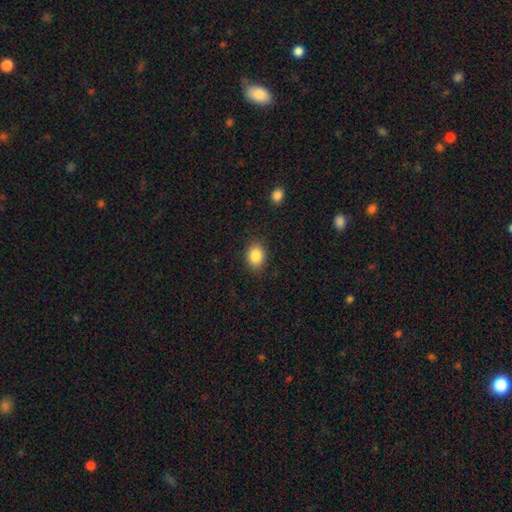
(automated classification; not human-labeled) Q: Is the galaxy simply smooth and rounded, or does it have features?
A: smooth — 86%.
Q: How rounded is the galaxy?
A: in between — 65%.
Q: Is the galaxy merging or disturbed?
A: none — 86%.